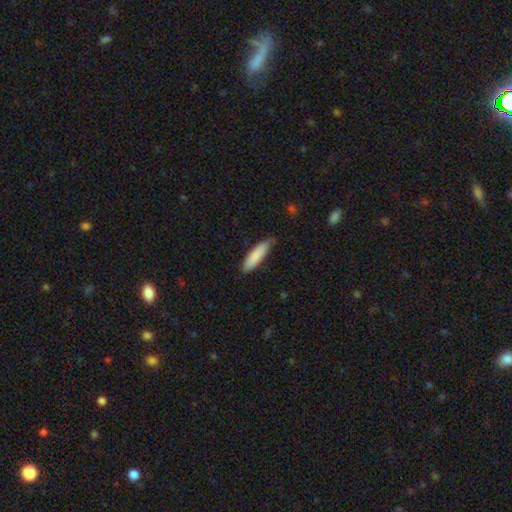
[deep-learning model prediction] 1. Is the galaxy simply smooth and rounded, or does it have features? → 85% smooth, 9% featured or disk, 5% star or artifact.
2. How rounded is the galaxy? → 67% cigar-shaped, 32% in between, 1% round.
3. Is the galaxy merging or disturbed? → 76% none, 20% minor disturbance, 3% major disturbance, 1% merger.